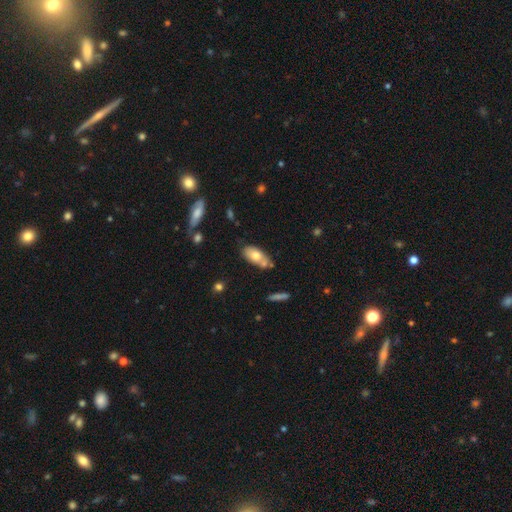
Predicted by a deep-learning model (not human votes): Smooth or featured: smooth — 69% (featured or disk — 25%)
How rounded: in between — 89% (cigar-shaped — 7%)
Merging: none — 56% (merger — 21%)